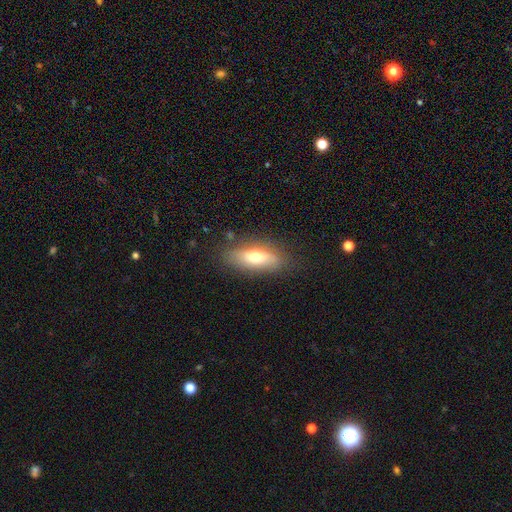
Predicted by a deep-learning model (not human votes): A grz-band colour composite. It shows a smooth galaxy with no disk features (64%) that is in between round and cigar-shaped (67%). Merging: none (80%).